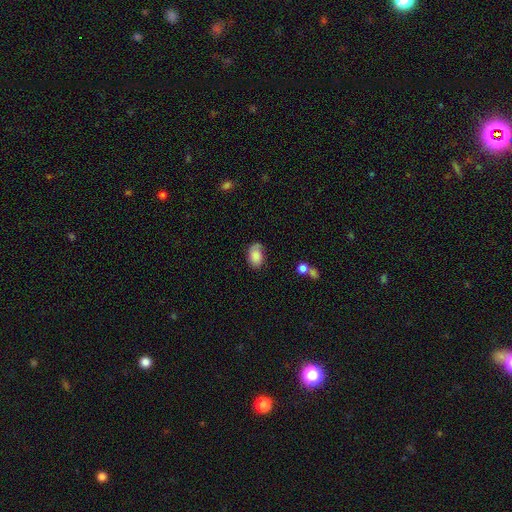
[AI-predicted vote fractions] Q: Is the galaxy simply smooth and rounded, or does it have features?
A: smooth — 78%.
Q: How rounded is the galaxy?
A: in between — 88%.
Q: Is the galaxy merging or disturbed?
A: none — 60%.